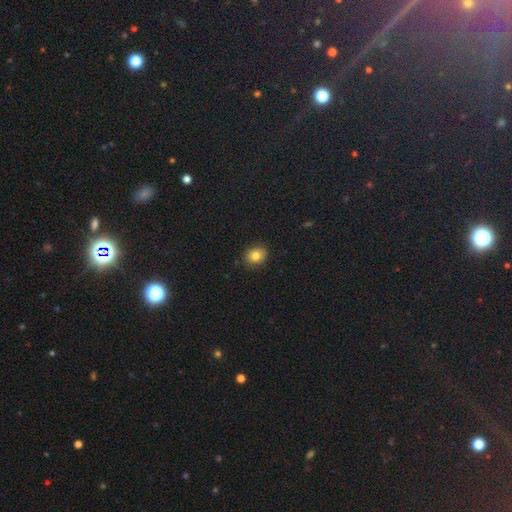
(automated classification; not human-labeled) Smooth or featured? smooth (81%)
How rounded? round (62%)
Merging? none (89%)